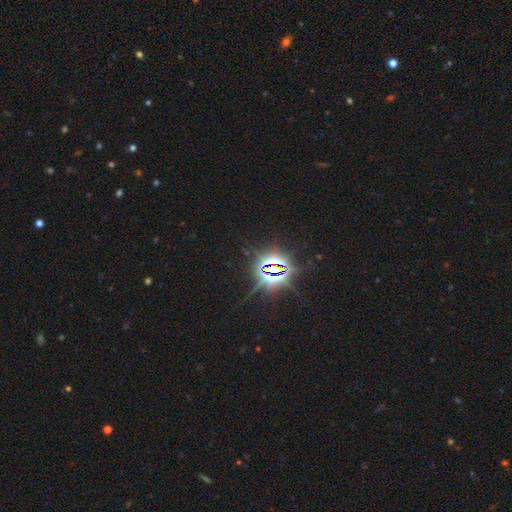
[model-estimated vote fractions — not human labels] Overall: star or artifact (86%).